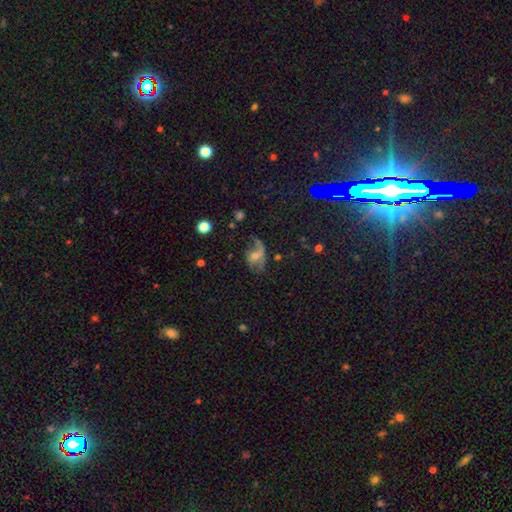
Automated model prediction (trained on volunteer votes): Morphology: type=featured or disk (49%); merging=major disturbance (39%).